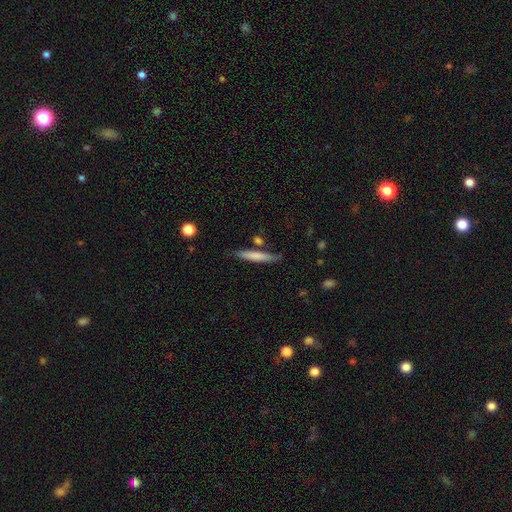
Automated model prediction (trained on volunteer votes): smooth 71%, featured or disk 23%, star or artifact 6%. Down the decision tree: how rounded — cigar-shaped (92%); merging — none (77%).